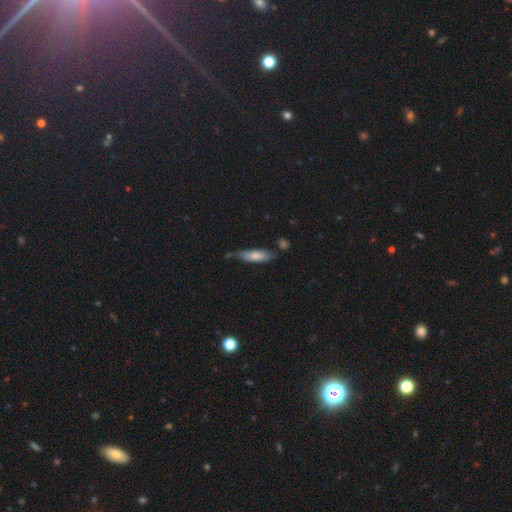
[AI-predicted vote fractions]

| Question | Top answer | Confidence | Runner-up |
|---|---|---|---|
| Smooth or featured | smooth | 71% | featured or disk (23%) |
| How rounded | cigar-shaped | 59% | in between (39%) |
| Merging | none | 60% | minor disturbance (27%) |